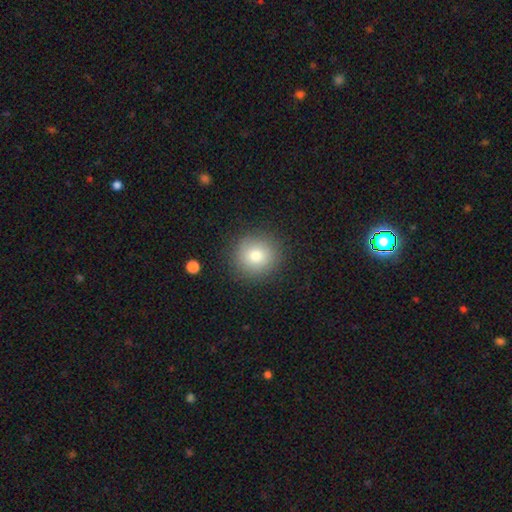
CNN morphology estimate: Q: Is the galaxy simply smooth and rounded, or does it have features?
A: smooth — 79%.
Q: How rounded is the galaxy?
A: round — 92%.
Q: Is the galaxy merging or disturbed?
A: none — 89%.